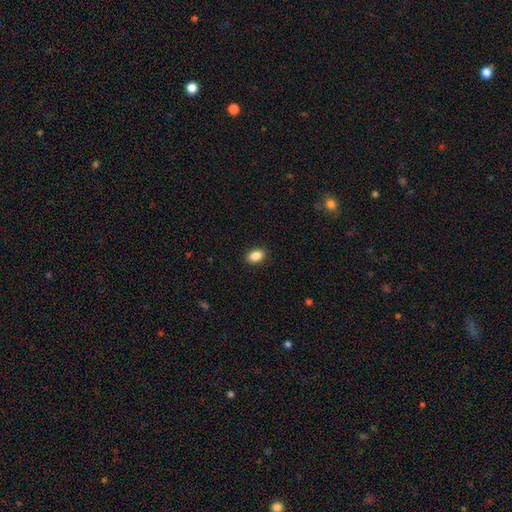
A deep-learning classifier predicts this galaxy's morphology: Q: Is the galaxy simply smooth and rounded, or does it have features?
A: smooth — 88%.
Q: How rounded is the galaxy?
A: in between — 83%.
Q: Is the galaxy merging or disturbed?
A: none — 90%.